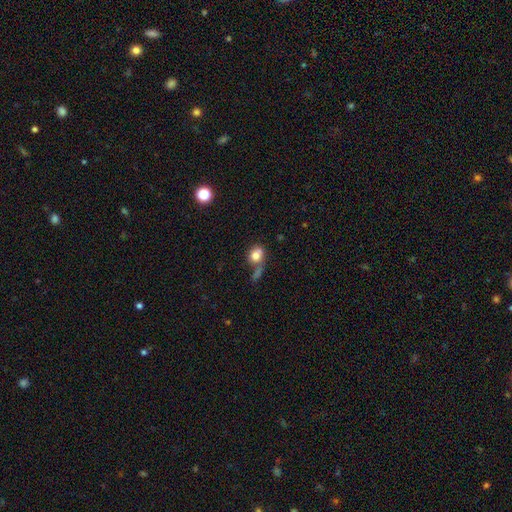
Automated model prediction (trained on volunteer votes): Smooth or featured: smooth — 76% (featured or disk — 14%)
How rounded: round — 62% (in between — 36%)
Merging: none — 35% (merger — 31%)